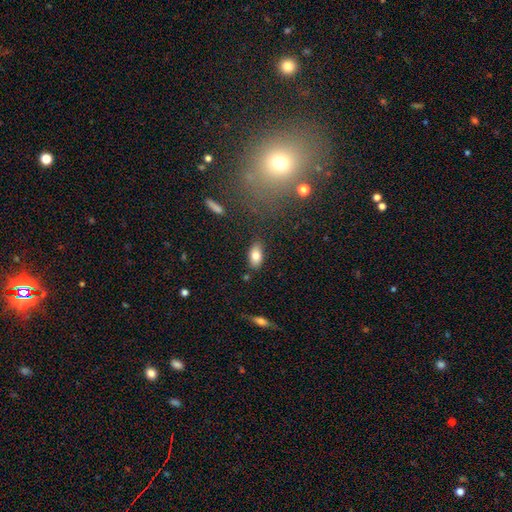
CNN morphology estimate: type=smooth (81%); roundness=in between (91%); merging=none (82%).